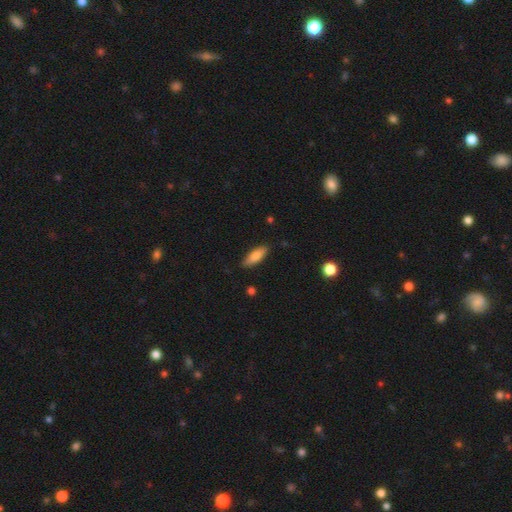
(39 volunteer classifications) smooth_or_featured: smooth (p=0.92) [alt: featured or disk p=0.08]
how_rounded: in between (p=0.69) [alt: cigar-shaped p=0.31]
merging: none (p=0.69) [alt: minor disturbance p=0.28]